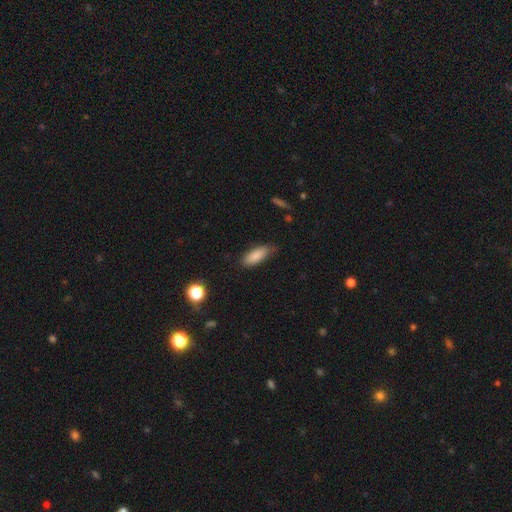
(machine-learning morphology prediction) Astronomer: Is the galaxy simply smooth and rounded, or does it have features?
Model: smooth — 86%.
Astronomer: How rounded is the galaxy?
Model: in between — 72%.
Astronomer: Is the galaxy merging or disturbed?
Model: none — 73%.